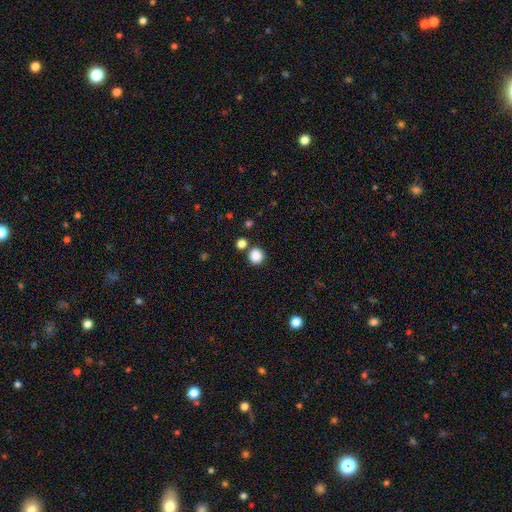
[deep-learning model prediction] Smooth or featured?
  - smooth: 86% *
  - star or artifact: 11%
  - featured or disk: 3%
How rounded?
  - round: 92% *
  - in between: 7%
  - cigar-shaped: 1%
Merging?
  - none: 82% *
  - merger: 8%
  - minor disturbance: 8%
  - major disturbance: 3%